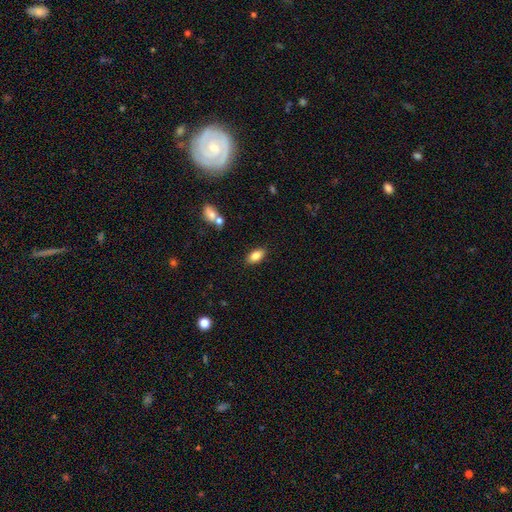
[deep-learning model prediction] Q: Smooth or featured?
A: smooth (84%); runner-up: featured or disk (8%)
Q: How rounded?
A: in between (90%); runner-up: cigar-shaped (6%)
Q: Merging?
A: none (84%); runner-up: minor disturbance (10%)